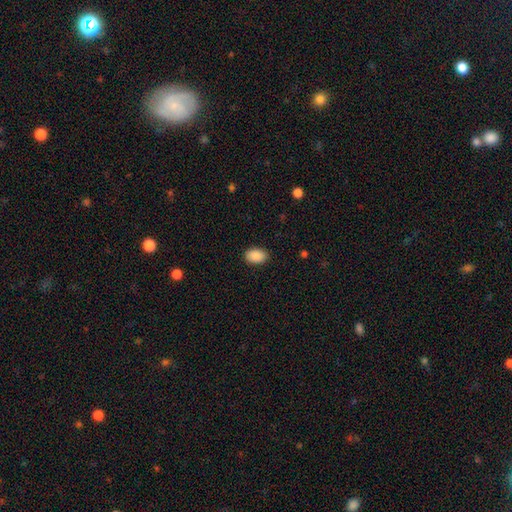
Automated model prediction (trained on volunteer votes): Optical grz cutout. It shows a smooth galaxy with no disk features (90%) that is in between round and cigar-shaped (90%). Merging: none (90%).